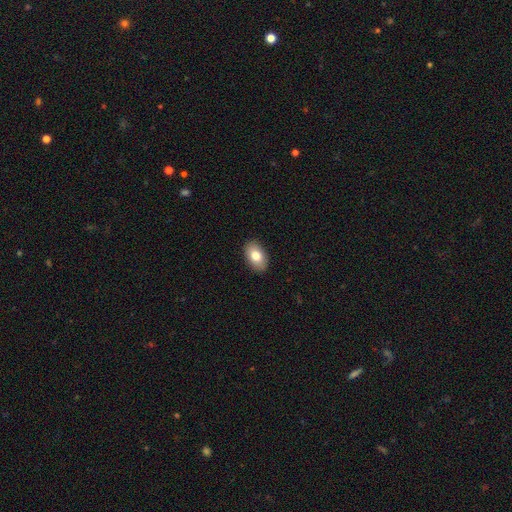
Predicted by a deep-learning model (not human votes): Smooth or featured: smooth — 80% (featured or disk — 13%)
How rounded: in between — 91% (round — 8%)
Merging: none — 90% (minor disturbance — 8%)